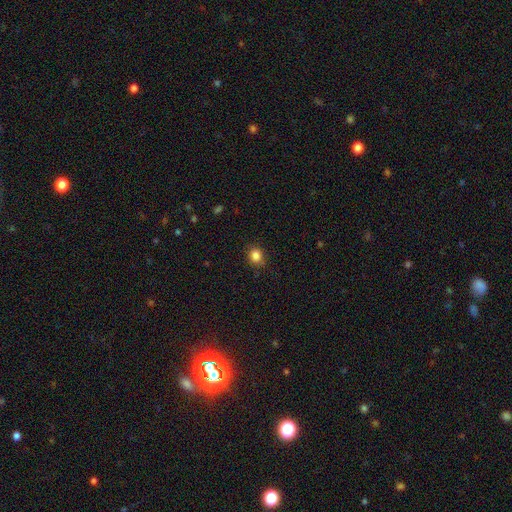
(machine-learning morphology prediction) A smooth galaxy with no disk features (85%) that is round (74%).

Vote fractions:
- Smooth or featured? smooth: 85% / star or artifact: 11% / featured or disk: 4%
- How rounded? round: 74% / in between: 25% / cigar-shaped: 1%
- Merging? none: 85% / minor disturbance: 11% / major disturbance: 3% / merger: 1%